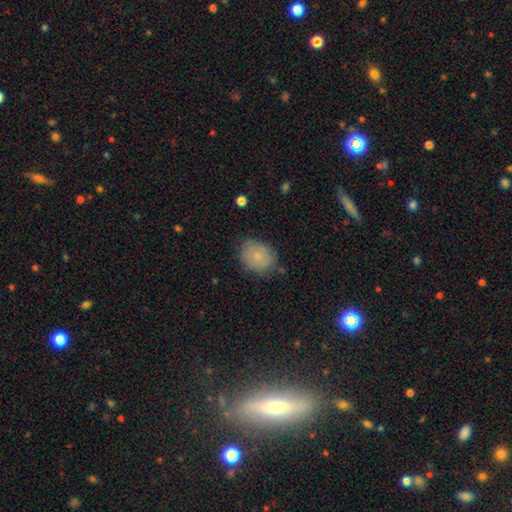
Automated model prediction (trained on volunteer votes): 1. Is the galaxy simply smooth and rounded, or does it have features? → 76% smooth, 16% featured or disk, 8% star or artifact.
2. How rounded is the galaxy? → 54% round, 45% in between, 1% cigar-shaped.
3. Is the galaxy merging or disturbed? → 76% none, 19% minor disturbance, 4% major disturbance, 2% merger.